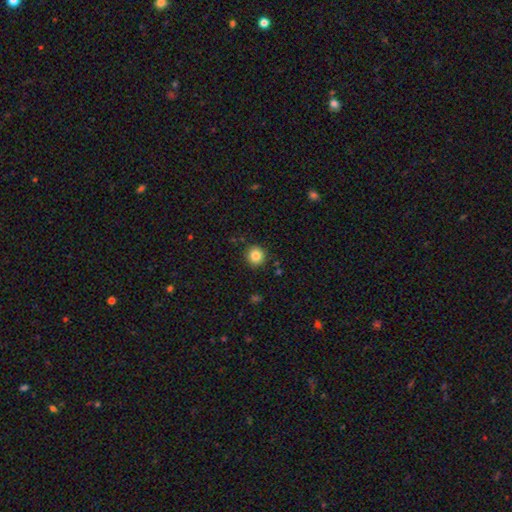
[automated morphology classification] Smooth or featured: smooth — 84% (star or artifact — 11%)
How rounded: round — 93% (in between — 6%)
Merging: none — 90% (minor disturbance — 6%)